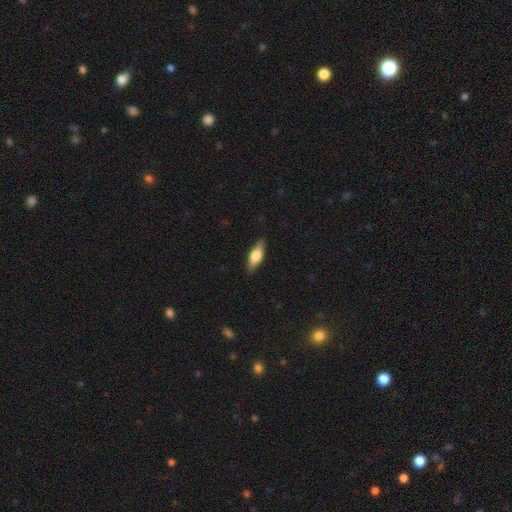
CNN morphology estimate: Smooth or featured: smooth — 62% (featured or disk — 32%)
How rounded: in between — 62% (cigar-shaped — 35%)
Merging: none — 86% (minor disturbance — 10%)